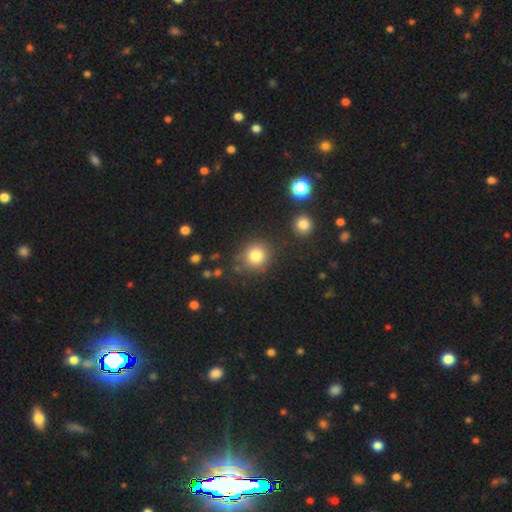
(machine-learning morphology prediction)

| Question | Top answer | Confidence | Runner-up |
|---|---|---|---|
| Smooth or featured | smooth | 82% | star or artifact (11%) |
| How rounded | round | 90% | in between (9%) |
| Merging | none | 81% | minor disturbance (10%) |